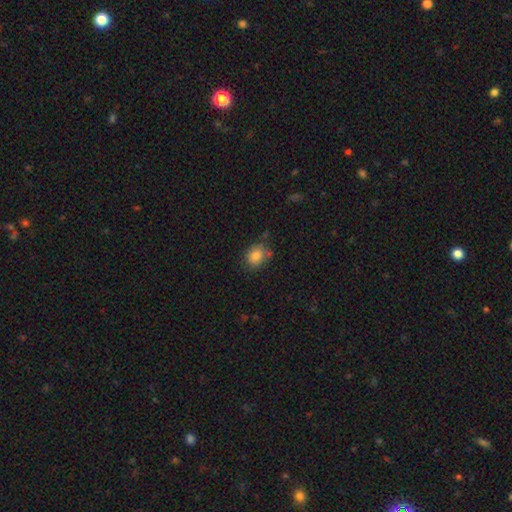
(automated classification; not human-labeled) A smooth galaxy with no disk features (84%) that is round (63%). Merging: none (71%).